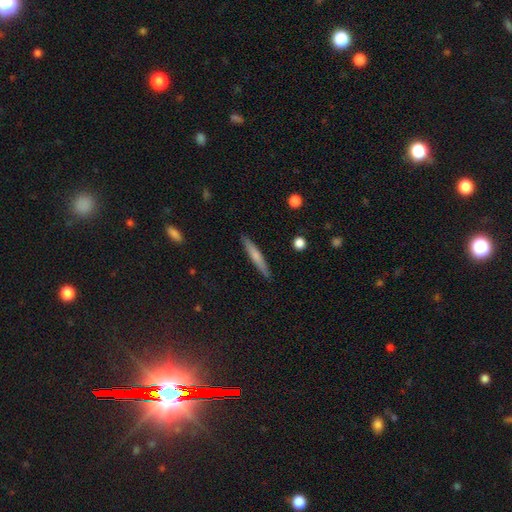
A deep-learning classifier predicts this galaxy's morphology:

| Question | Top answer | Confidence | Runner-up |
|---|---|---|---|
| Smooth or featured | smooth | 60% | featured or disk (34%) |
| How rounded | cigar-shaped | 94% | in between (4%) |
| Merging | none | 90% | minor disturbance (7%) |